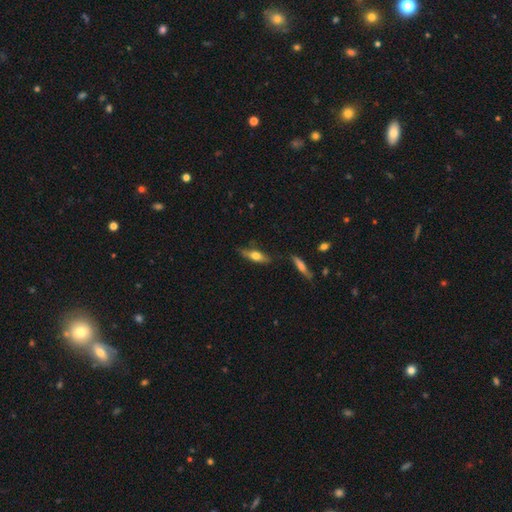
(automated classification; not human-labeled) Overall: smooth (52%; featured or disk 41%). How rounded: cigar-shaped (57%; in between 41%). Merging: none (73%).